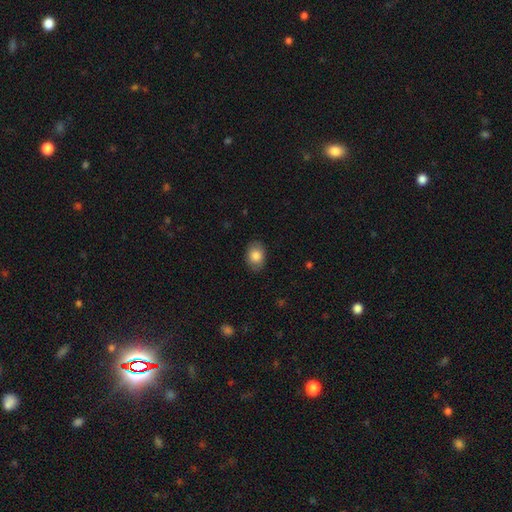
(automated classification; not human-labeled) Morphology: type=smooth (84%); roundness=in between (75%); merging=none (86%).